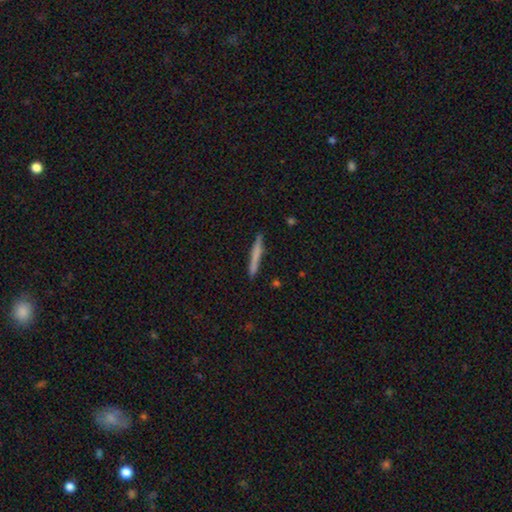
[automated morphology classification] Smooth or featured? Predicted: smooth (p=0.64). How rounded? Predicted: cigar-shaped (p=0.96). Merging? Predicted: none (p=0.89).